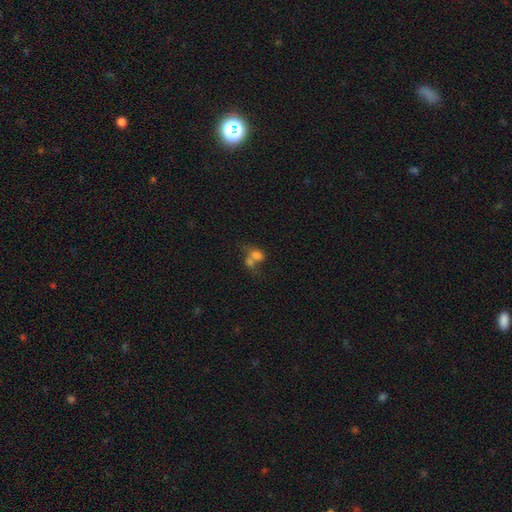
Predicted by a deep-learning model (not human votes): smooth 68%, featured or disk 19%, star or artifact 13%. Down the decision tree: how rounded — in between (64%); merging — merger (64%).